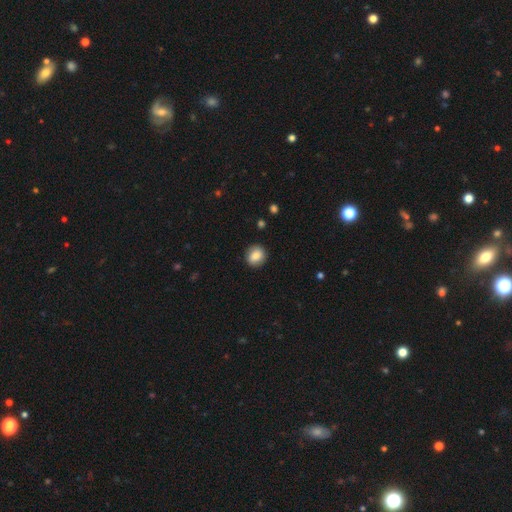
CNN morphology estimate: Smooth or featured? Predicted: smooth (p=0.83). How rounded? Predicted: round (p=0.77). Merging? Predicted: none (p=0.88).